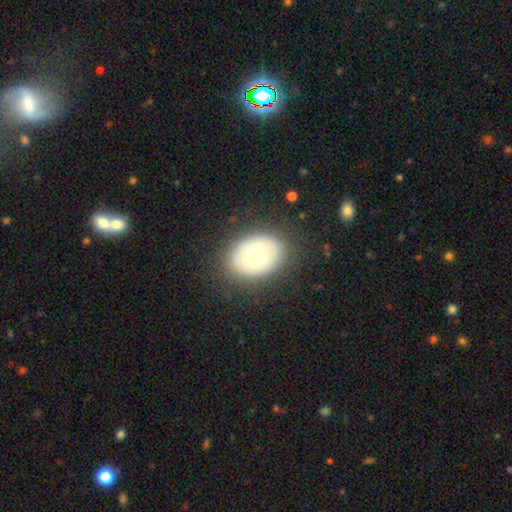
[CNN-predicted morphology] This is likely a smooth galaxy (62%). How rounded: likely in between (69%). Merging: clearly none (85%).